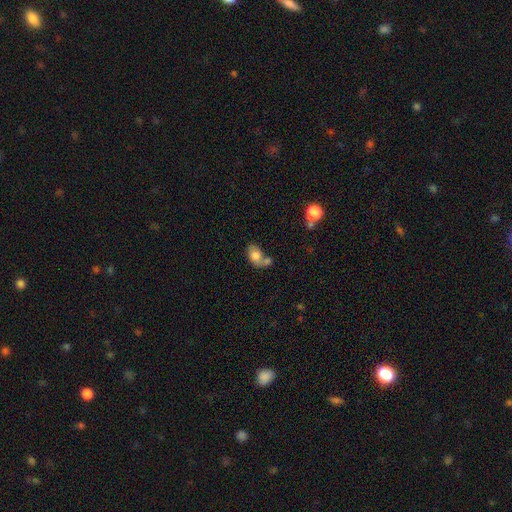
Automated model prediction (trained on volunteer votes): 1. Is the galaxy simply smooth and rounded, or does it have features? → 75% smooth, 17% featured or disk, 8% star or artifact.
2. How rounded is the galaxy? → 79% in between, 19% round, 1% cigar-shaped.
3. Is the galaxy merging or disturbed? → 45% merger, 31% none, 16% minor disturbance, 8% major disturbance.